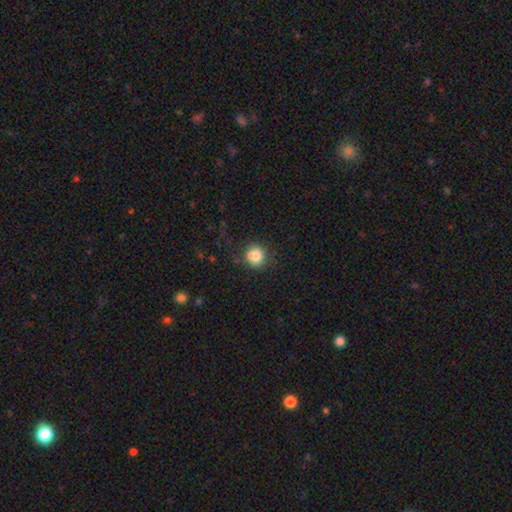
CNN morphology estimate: A smooth galaxy with no disk features (79%) that is round (87%).

Vote fractions:
- Smooth or featured? smooth: 79% / star or artifact: 11% / featured or disk: 10%
- How rounded? round: 87% / in between: 12% / cigar-shaped: 1%
- Merging? none: 65% / merger: 16% / minor disturbance: 14% / major disturbance: 4%